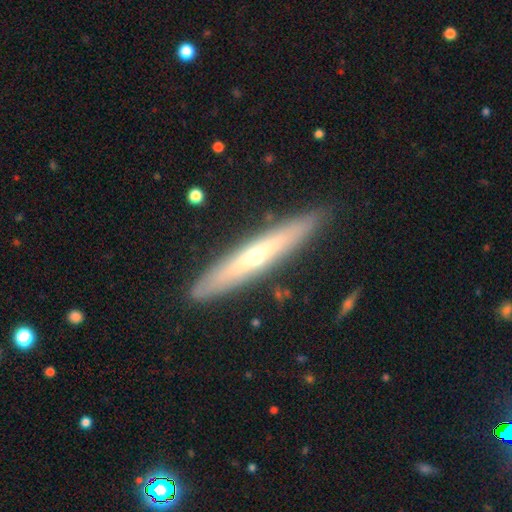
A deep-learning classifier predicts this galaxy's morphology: Overall: featured or disk (64%; smooth 29%). Edge-on disk: yes (87%). Edge-on bulge: rounded (77%). Merging: none (89%).